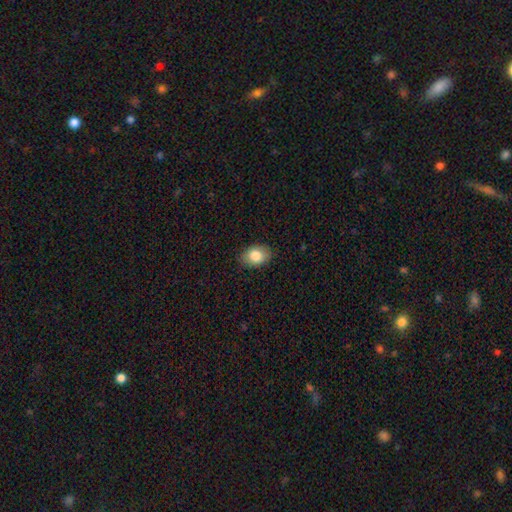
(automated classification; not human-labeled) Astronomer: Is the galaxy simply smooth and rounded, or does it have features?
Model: smooth — 84%.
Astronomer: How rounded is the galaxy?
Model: in between — 78%.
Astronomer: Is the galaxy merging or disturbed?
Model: none — 86%.